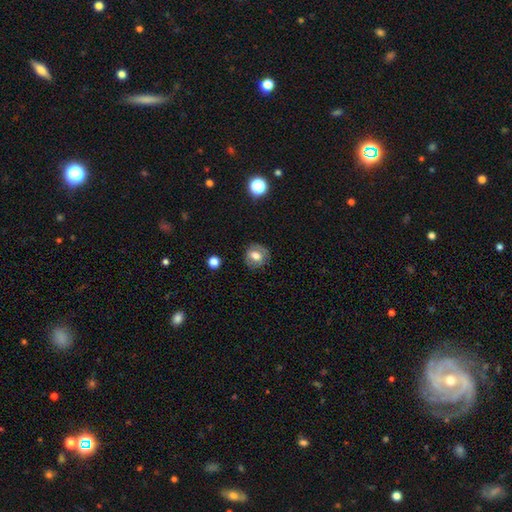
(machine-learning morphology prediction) A smooth galaxy with no disk features (64%) that is round (82%). Merging: none (83%).